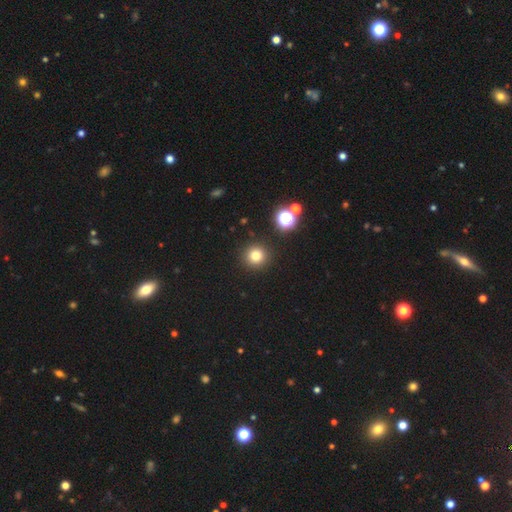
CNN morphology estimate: smooth-or-featured: smooth: 78% | star or artifact: 16% | featured or disk: 6%
  how-rounded: round: 95% | in between: 4% | cigar-shaped: 1%
  merging: none: 90% | minor disturbance: 5% | merger: 2% | major disturbance: 2%